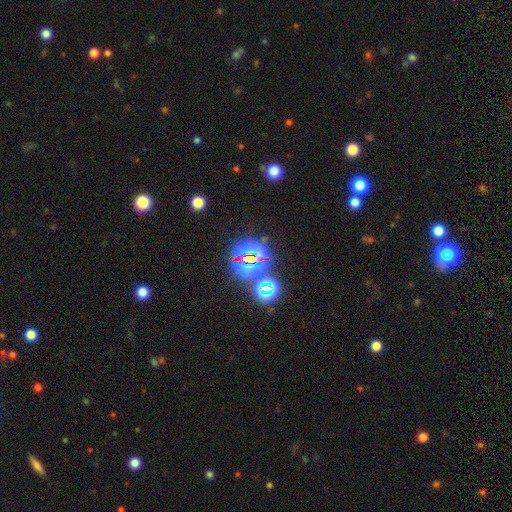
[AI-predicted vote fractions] Overall: star or artifact (79%).